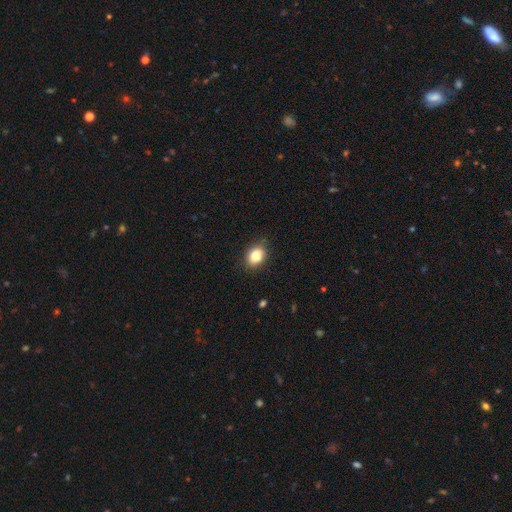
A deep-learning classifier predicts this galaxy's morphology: Smooth or featured? Predicted: smooth (p=0.86). How rounded? Predicted: in between (p=0.68). Merging? Predicted: none (p=0.85).